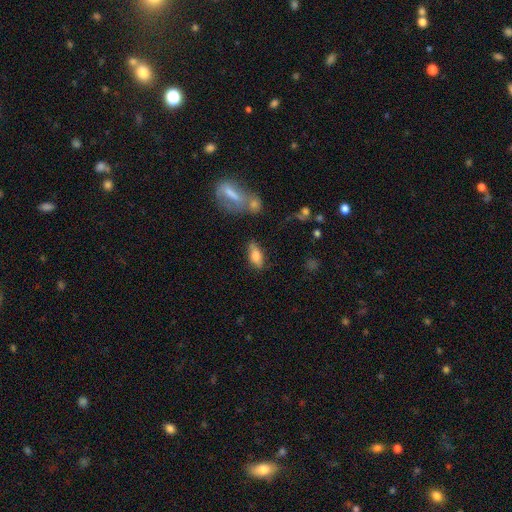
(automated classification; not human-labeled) smooth-or-featured: smooth: 72% | featured or disk: 20% | star or artifact: 8%
  how-rounded: in between: 73% | cigar-shaped: 23% | round: 4%
  merging: none: 72% | minor disturbance: 17% | merger: 5% | major disturbance: 5%